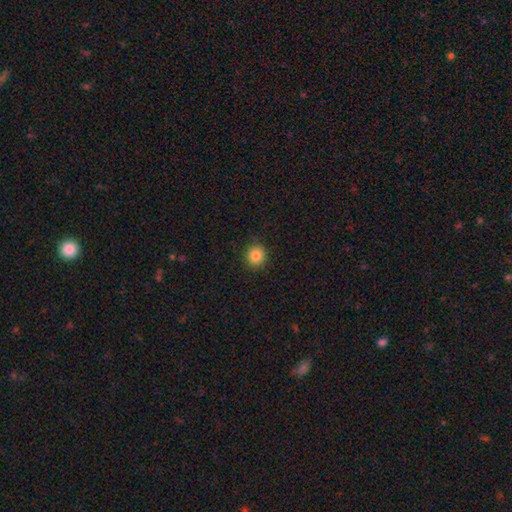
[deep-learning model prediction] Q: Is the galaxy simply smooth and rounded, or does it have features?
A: smooth — 85%.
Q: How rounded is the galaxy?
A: round — 91%.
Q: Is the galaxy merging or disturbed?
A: none — 90%.